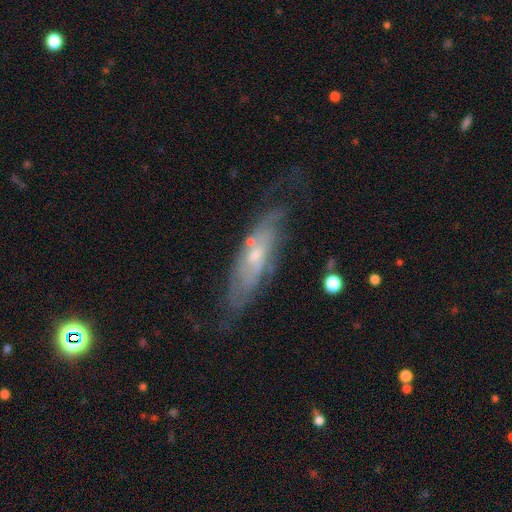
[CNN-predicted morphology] Smooth or featured? featured or disk (71%)
Edge-on disk? no (69%)
Merging? none (63%)